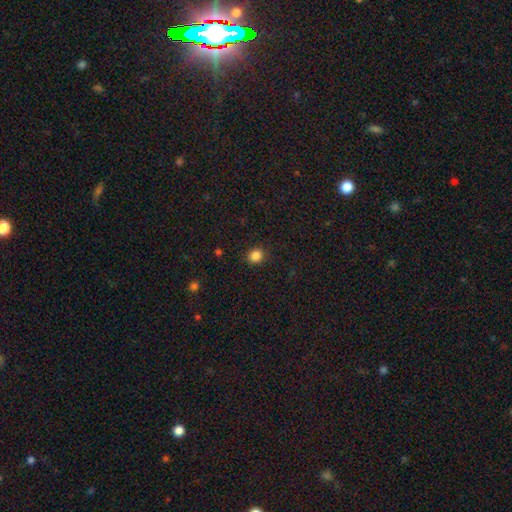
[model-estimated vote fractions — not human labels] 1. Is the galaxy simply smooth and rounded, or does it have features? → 85% smooth, 12% star or artifact, 3% featured or disk.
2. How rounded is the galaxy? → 78% round, 21% in between, 1% cigar-shaped.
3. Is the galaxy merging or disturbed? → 89% none, 8% minor disturbance, 2% major disturbance, 1% merger.